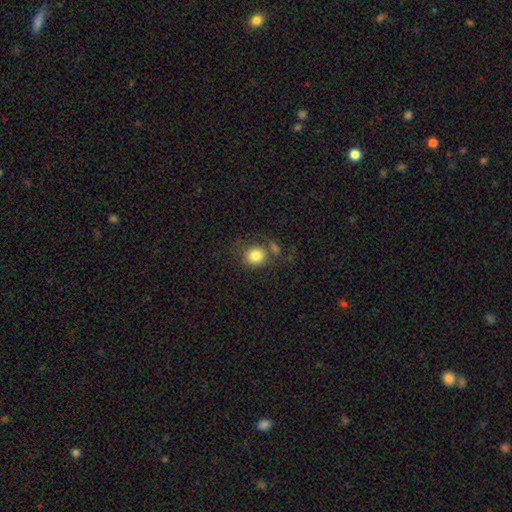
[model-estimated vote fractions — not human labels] smooth-or-featured: smooth: 82% | star or artifact: 10% | featured or disk: 8%
  how-rounded: round: 83% | in between: 16% | cigar-shaped: 1%
  merging: none: 60% | merger: 19% | minor disturbance: 14% | major disturbance: 7%